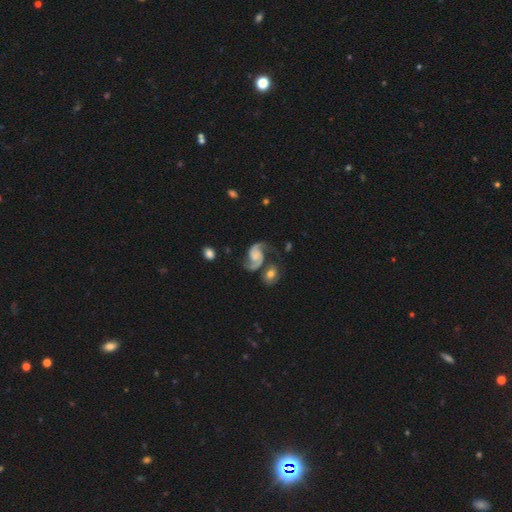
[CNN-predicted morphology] Smooth or featured? Predicted: featured or disk (p=0.90). Edge-on disk? Predicted: no (p=0.98). Bar? Predicted: no (p=0.62). Spiral arms? Predicted: yes (p=0.98). Spiral winding? Predicted: medium (p=0.48). Spiral arm count? Predicted: 2 (p=0.94). Bulge size? Predicted: none (p=0.48). Merging? Predicted: none (p=0.62).